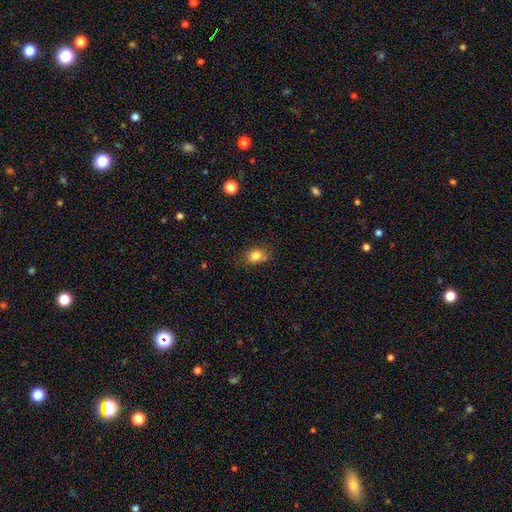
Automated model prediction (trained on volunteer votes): Smooth or featured?
  - smooth: 82% *
  - star or artifact: 11%
  - featured or disk: 8%
How rounded?
  - in between: 59% *
  - round: 40%
  - cigar-shaped: 1%
Merging?
  - none: 70% *
  - minor disturbance: 18%
  - merger: 8%
  - major disturbance: 4%